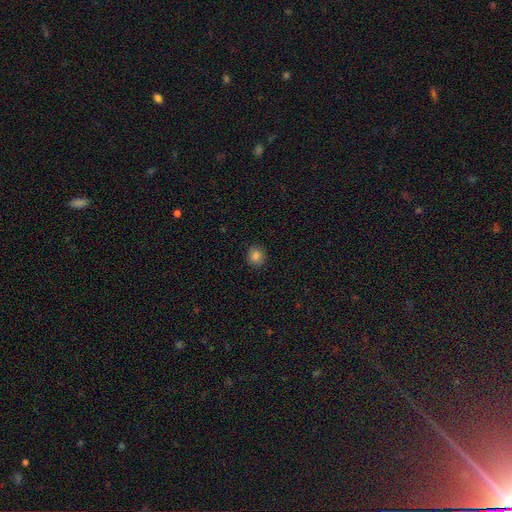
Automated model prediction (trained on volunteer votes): smooth_or_featured: smooth (p=0.85) [alt: star or artifact p=0.11]
how_rounded: round (p=0.82) [alt: in between p=0.17]
merging: none (p=0.90) [alt: minor disturbance p=0.07]